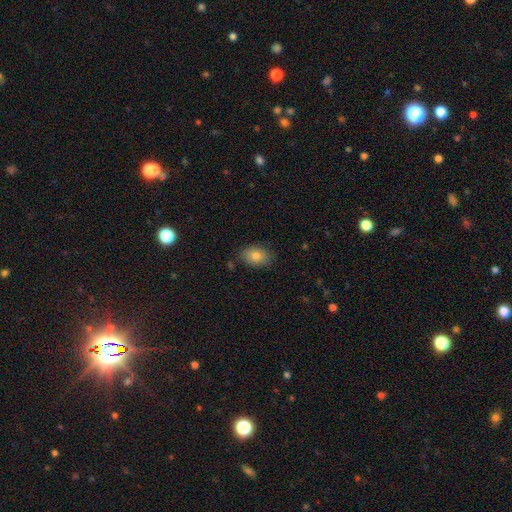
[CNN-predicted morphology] The model was most divided on "how rounded": in between: 79%, round: 20%, cigar-shaped: 1%. More confident: merging — none (81%); smooth or featured — smooth (79%).